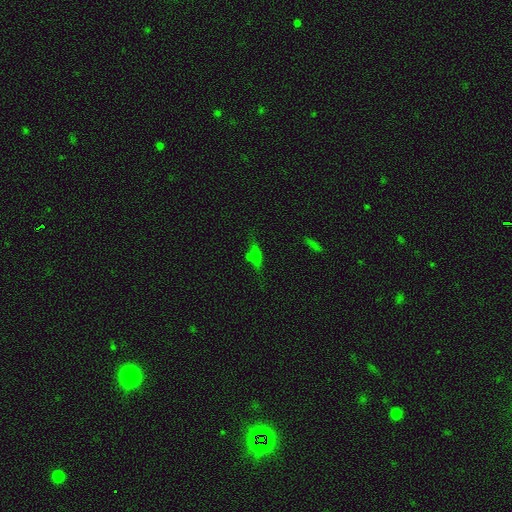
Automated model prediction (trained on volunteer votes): Smooth or featured? Predicted: smooth (p=0.44). Merging? Predicted: none (p=0.62).